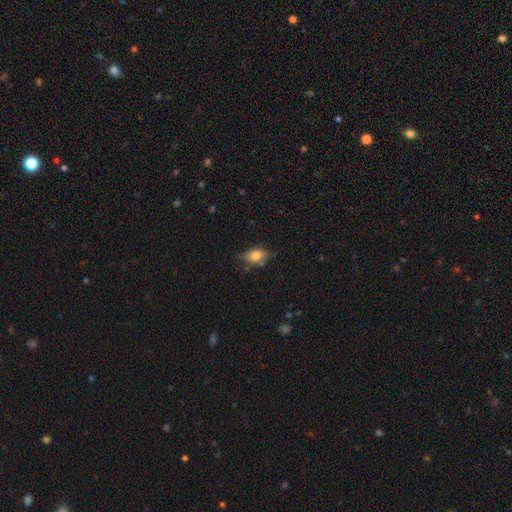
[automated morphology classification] Smooth or featured? smooth (75%)
How rounded? in between (82%)
Merging? none (69%)